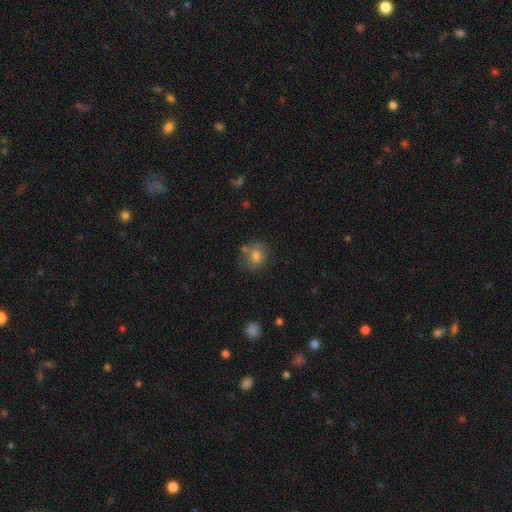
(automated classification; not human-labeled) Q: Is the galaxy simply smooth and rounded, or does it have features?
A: smooth — 70%.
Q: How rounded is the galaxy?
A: round — 66%.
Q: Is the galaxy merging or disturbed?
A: none — 62%.